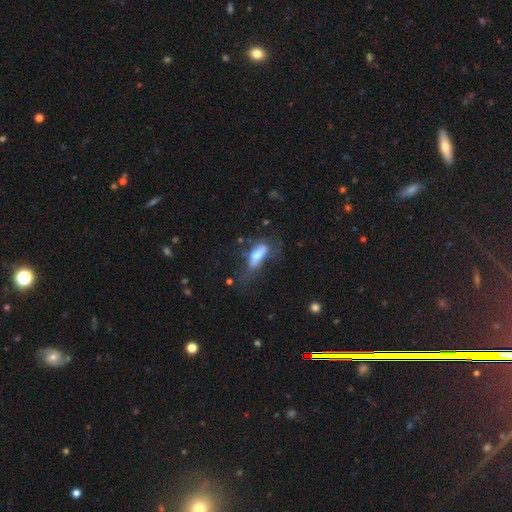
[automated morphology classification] smooth-or-featured: smooth: 58% | featured or disk: 34% | star or artifact: 7%
  how-rounded: in between: 62% | cigar-shaped: 35% | round: 3%
  merging: none: 39% | major disturbance: 28% | minor disturbance: 28% | merger: 4%